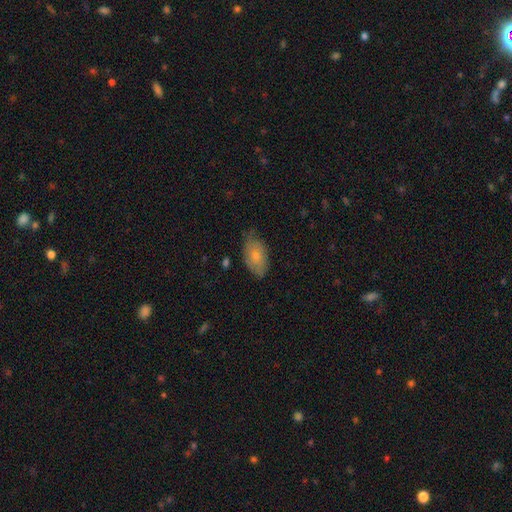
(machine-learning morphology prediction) smooth-or-featured: smooth: 71% | featured or disk: 23% | star or artifact: 6%
  how-rounded: in between: 93% | round: 4% | cigar-shaped: 3%
  merging: none: 64% | minor disturbance: 29% | major disturbance: 5% | merger: 1%